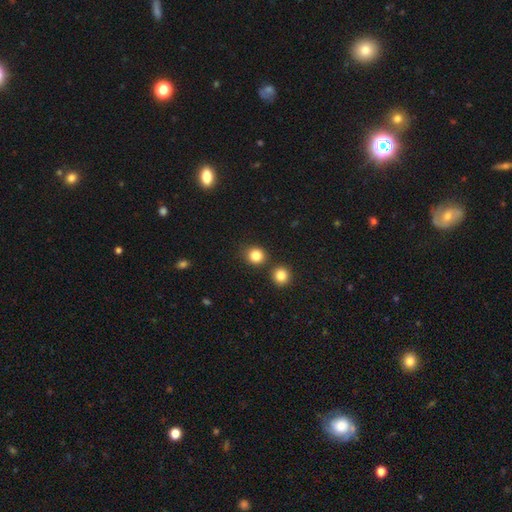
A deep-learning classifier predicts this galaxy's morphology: Smooth or featured: smooth — 84% (star or artifact — 11%)
How rounded: round — 84% (in between — 15%)
Merging: none — 79% (merger — 10%)